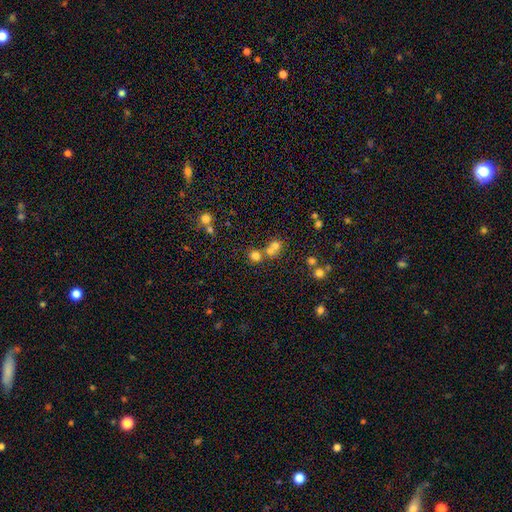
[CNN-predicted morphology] This is likely a smooth galaxy (70%). How rounded: clearly round (84%). Merging: possibly none (51%).